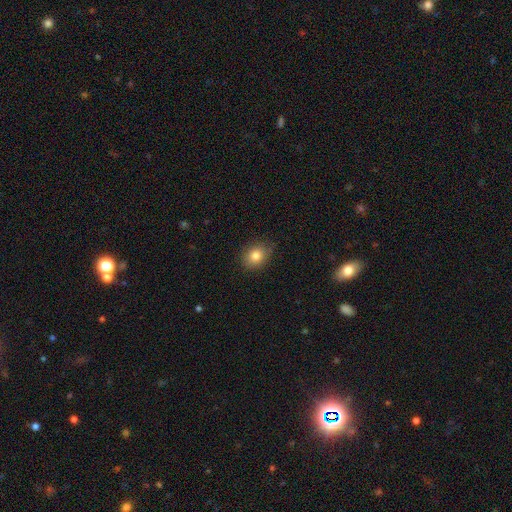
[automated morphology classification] type=smooth (81%); roundness=round (56%); merging=none (82%).